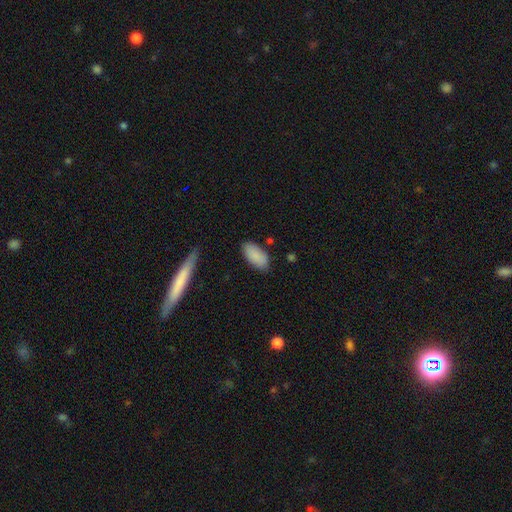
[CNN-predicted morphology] This appears to be a smooth galaxy with no disk features (88%) that is in between round and cigar-shaped (92%). Merging: none (81%).